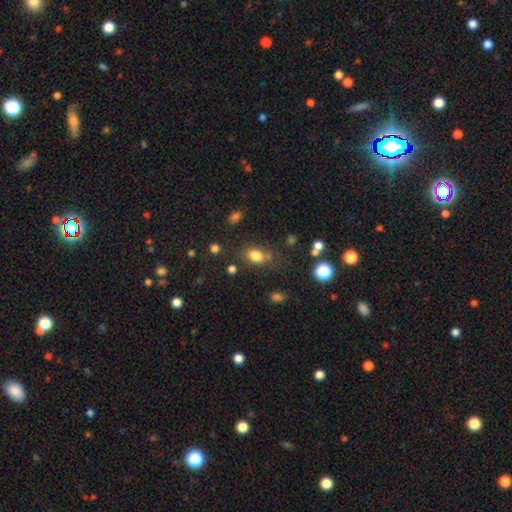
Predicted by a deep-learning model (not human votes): Q: Smooth or featured?
A: smooth (79%); runner-up: star or artifact (13%)
Q: How rounded?
A: in between (67%); runner-up: round (31%)
Q: Merging?
A: none (63%); runner-up: minor disturbance (19%)